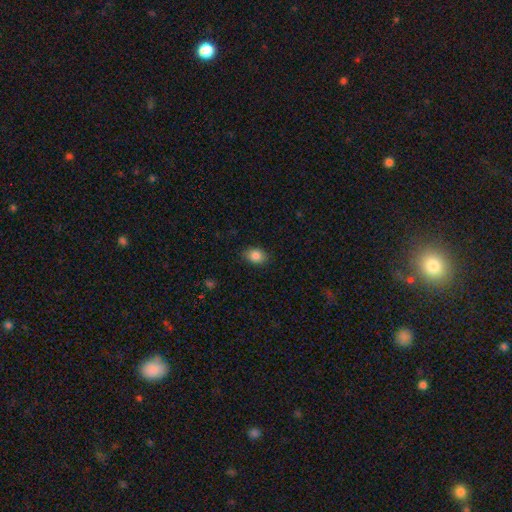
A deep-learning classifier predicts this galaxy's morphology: Q: Smooth or featured?
A: smooth (86%); runner-up: star or artifact (9%)
Q: How rounded?
A: in between (70%); runner-up: round (29%)
Q: Merging?
A: none (84%); runner-up: minor disturbance (12%)